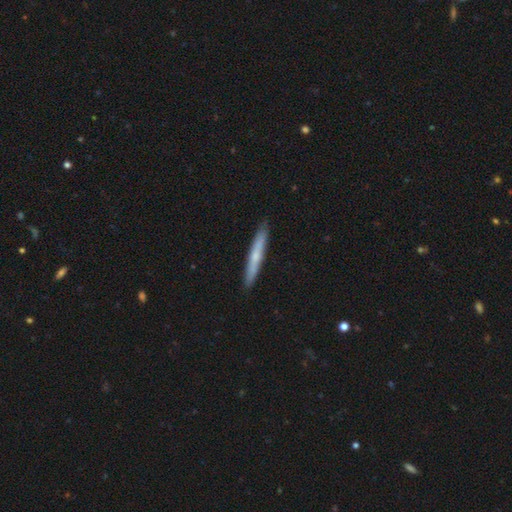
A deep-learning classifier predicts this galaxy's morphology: Smooth or featured? Predicted: smooth (p=0.53). How rounded? Predicted: cigar-shaped (p=0.96). Merging? Predicted: none (p=0.91).